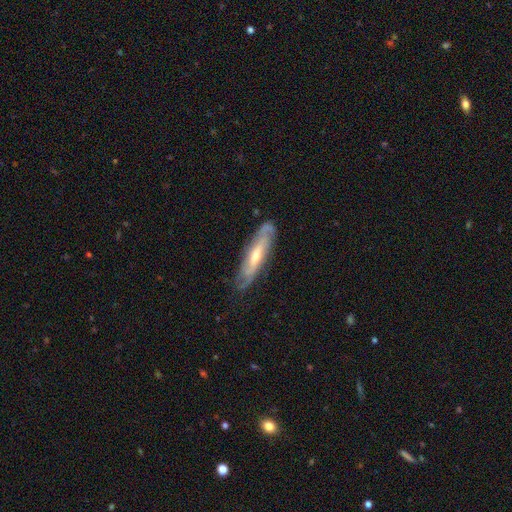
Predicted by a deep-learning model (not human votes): This is likely a featured or disk galaxy (73%). It is likely not viewed edge-on (63%). Merging: likely none (77%).